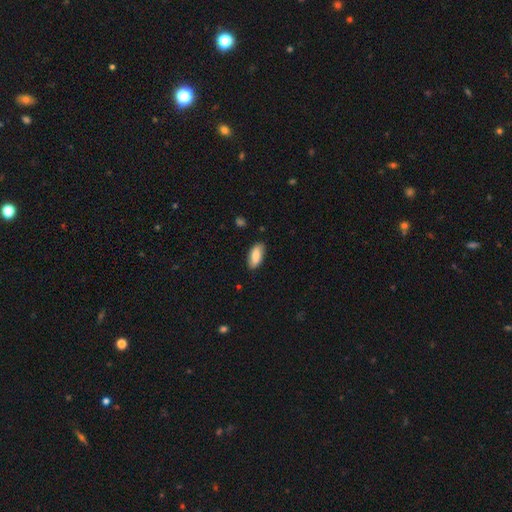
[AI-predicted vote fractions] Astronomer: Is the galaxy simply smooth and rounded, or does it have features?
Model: smooth — 80%.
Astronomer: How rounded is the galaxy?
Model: in between — 86%.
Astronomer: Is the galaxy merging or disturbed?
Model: none — 84%.